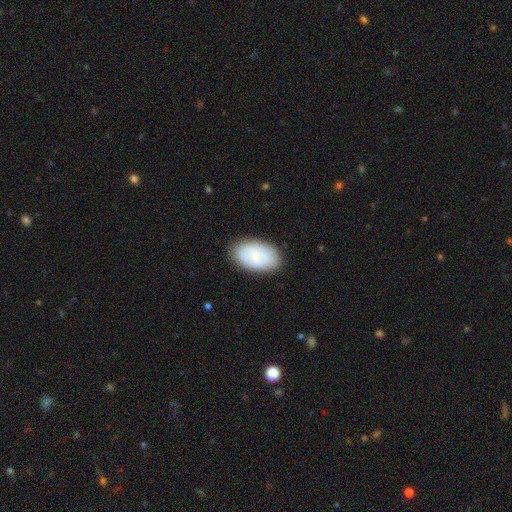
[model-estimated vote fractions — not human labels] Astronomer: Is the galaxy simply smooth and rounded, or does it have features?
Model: smooth — 80%.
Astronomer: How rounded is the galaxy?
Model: in between — 94%.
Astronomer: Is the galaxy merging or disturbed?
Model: none — 85%.